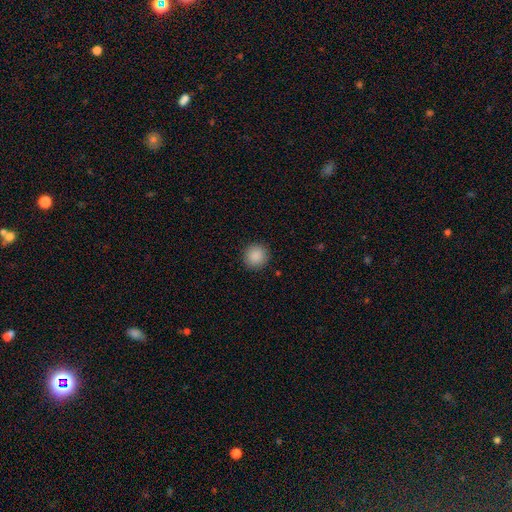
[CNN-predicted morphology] smooth-or-featured: smooth: 89% | star or artifact: 8% | featured or disk: 3%
  how-rounded: round: 93% | in between: 6% | cigar-shaped: 1%
  merging: none: 91% | minor disturbance: 6% | major disturbance: 2% | merger: 1%